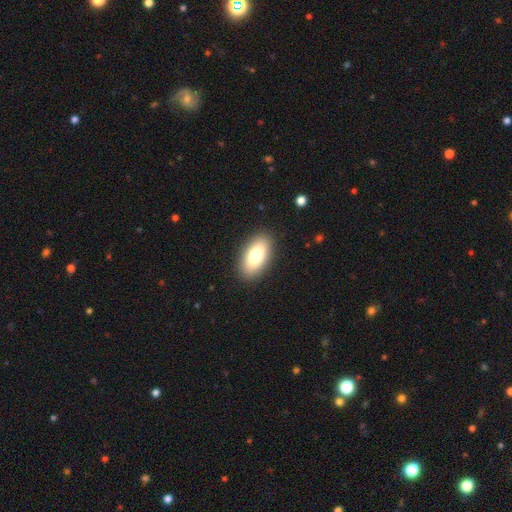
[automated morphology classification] This appears to be a smooth galaxy with no disk features (77%) that is in between round and cigar-shaped (91%). Merging: none (89%).